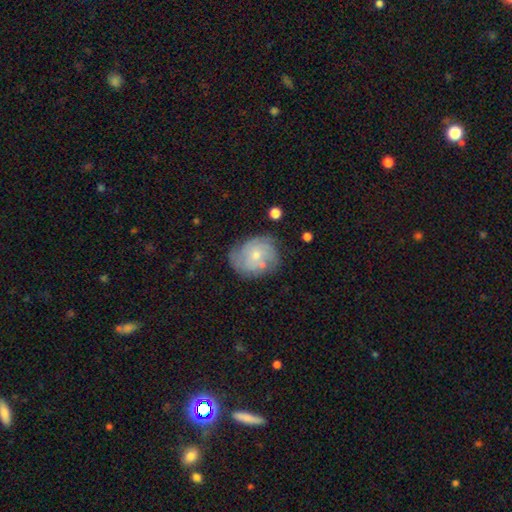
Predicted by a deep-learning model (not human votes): This is possibly a featured or disk galaxy (54%). It is clearly not viewed edge-on (97%). Bar: clearly no (81%). Spiral arm pattern: likely yes (72%). Central bulge: likely small (65%). Merging: possibly none (59%).